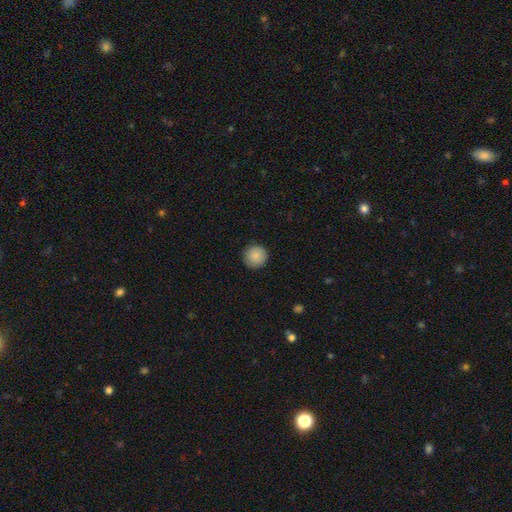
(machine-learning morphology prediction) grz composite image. It shows a smooth galaxy with no disk features (88%) that is round (95%). Merging: none (91%).